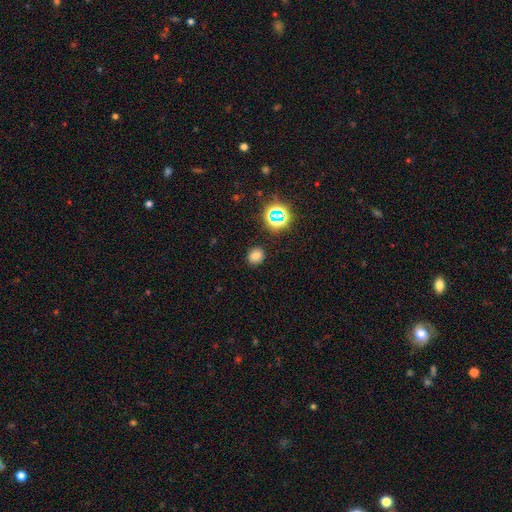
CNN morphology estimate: Smooth or featured? smooth (74%)
How rounded? round (69%)
Merging? none (87%)